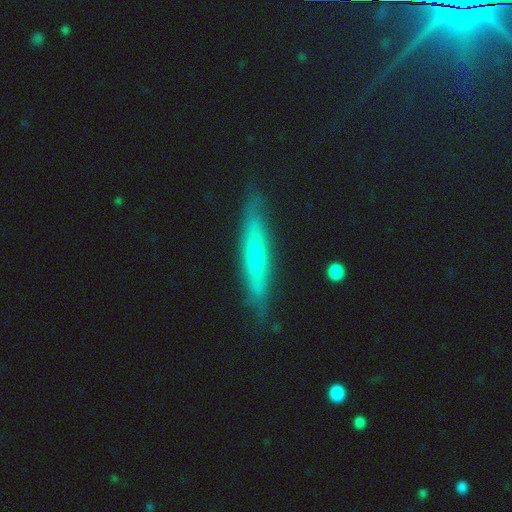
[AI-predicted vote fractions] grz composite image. It shows a featured or disk galaxy (50%) viewed edge-on (85%). Merging: none (85%).